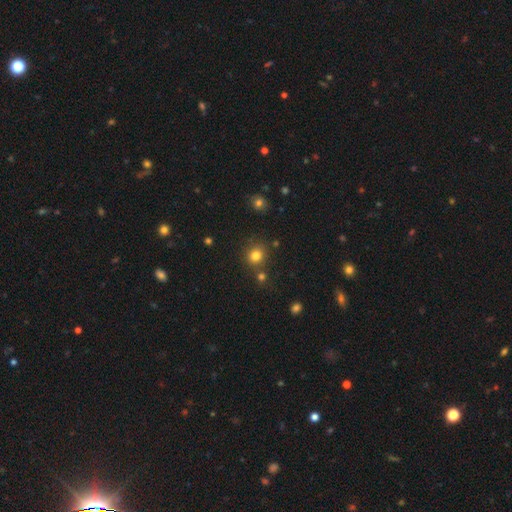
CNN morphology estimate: Smooth or featured: smooth — 80% (star or artifact — 15%)
How rounded: round — 84% (in between — 16%)
Merging: none — 77% (merger — 10%)